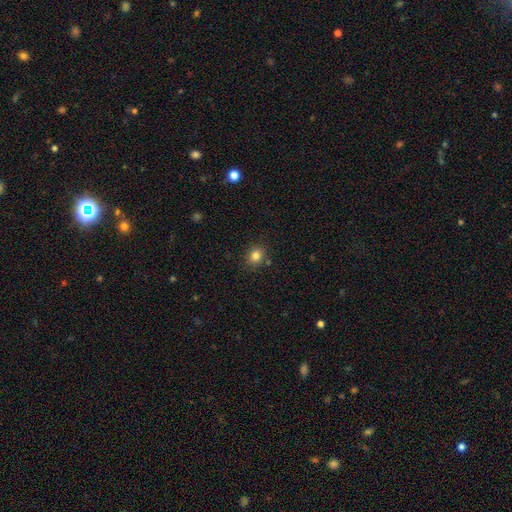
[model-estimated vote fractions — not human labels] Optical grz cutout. It shows a smooth galaxy with no disk features (82%) that is round (69%). Merging: none (84%).